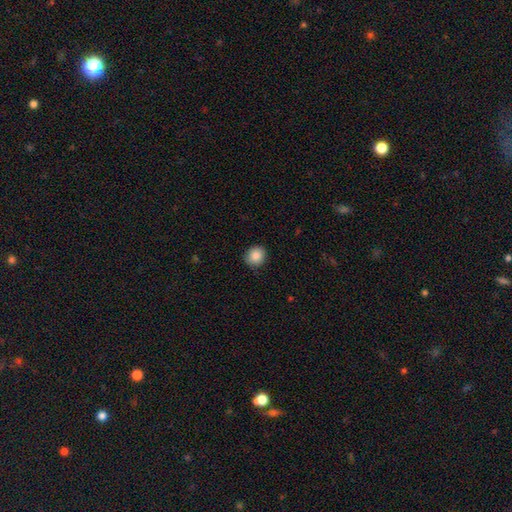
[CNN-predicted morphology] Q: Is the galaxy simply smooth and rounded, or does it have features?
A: smooth — 87%.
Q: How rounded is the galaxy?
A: round — 82%.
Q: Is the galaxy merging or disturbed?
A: none — 87%.